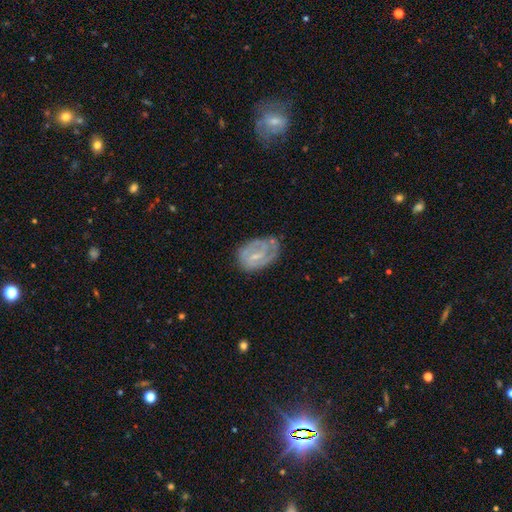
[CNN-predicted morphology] Smooth or featured? featured or disk (70%)
Edge-on disk? no (97%)
Bar? weak (54%)
Spiral arms? yes (82%)
Spiral winding? tight (48%)
Spiral arm count? 2 (51%)
Bulge size? small (59%)
Merging? none (57%)